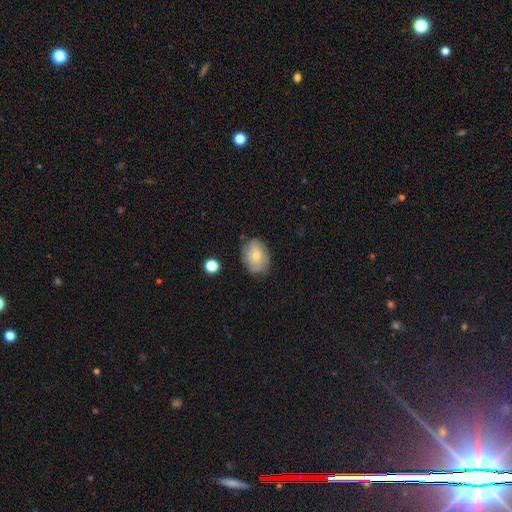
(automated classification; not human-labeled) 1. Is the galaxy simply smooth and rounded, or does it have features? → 64% smooth, 27% featured or disk, 8% star or artifact.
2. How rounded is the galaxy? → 69% in between, 30% round, 1% cigar-shaped.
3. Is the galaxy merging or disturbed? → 75% none, 19% minor disturbance, 4% major disturbance, 2% merger.